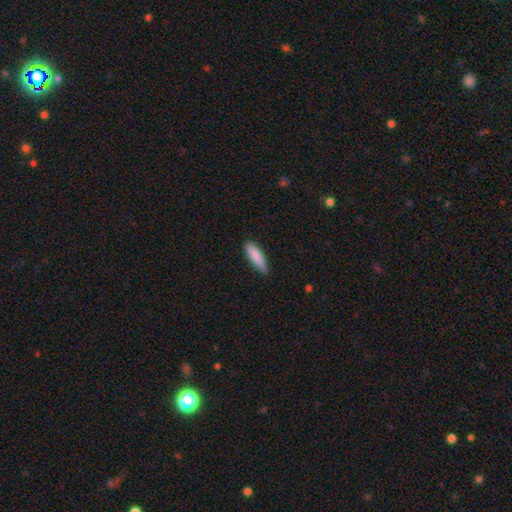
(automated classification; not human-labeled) This appears to be a smooth galaxy with no disk features (85%) that is cigar-shaped (62%). Merging: none (75%).